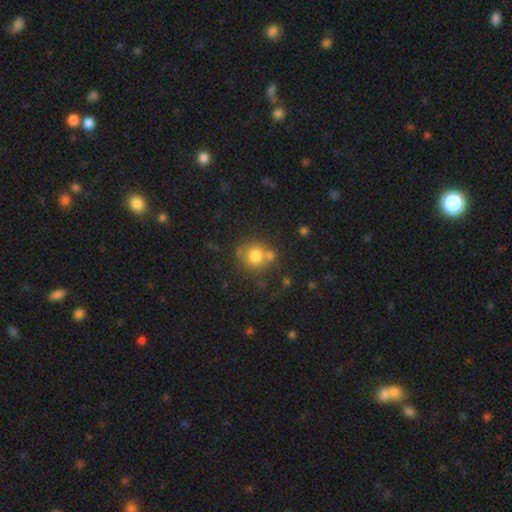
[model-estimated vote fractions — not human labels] Smooth or featured? smooth (75%)
How rounded? round (85%)
Merging? none (57%)